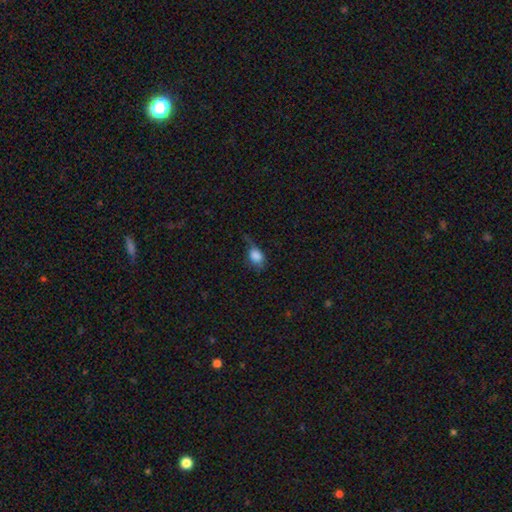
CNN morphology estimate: Smooth or featured?
  - smooth: 82% *
  - featured or disk: 9%
  - star or artifact: 9%
How rounded?
  - in between: 74% *
  - round: 24%
  - cigar-shaped: 3%
Merging?
  - minor disturbance: 38% *
  - none: 35%
  - major disturbance: 25%
  - merger: 3%